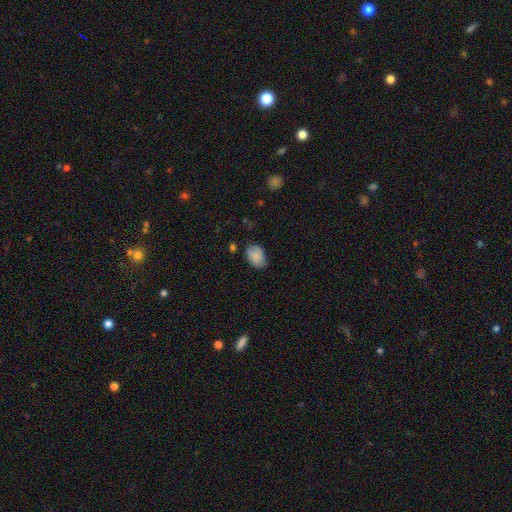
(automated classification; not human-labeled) Smooth or featured? Predicted: smooth (p=0.83). How rounded? Predicted: in between (p=0.85). Merging? Predicted: none (p=0.64).